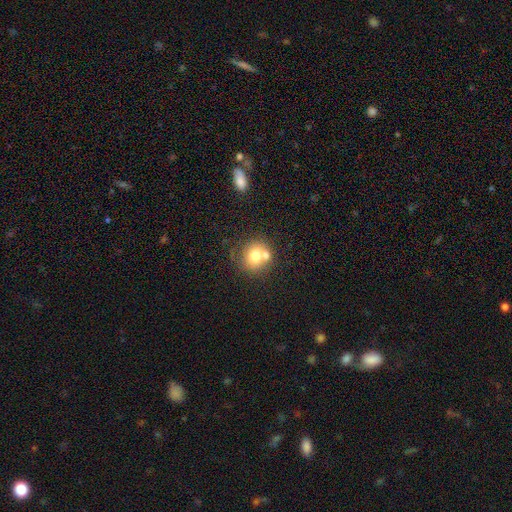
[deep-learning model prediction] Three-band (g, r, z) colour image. It shows a smooth galaxy with no disk features (71%) that is round (82%). Merging: none (51%).